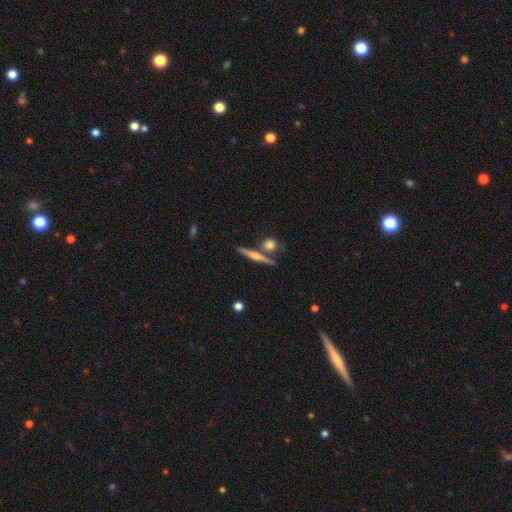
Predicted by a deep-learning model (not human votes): A featured or disk galaxy (60%) viewed edge-on (96%) with a rounded central bulge (73%). Merging: none (78%).